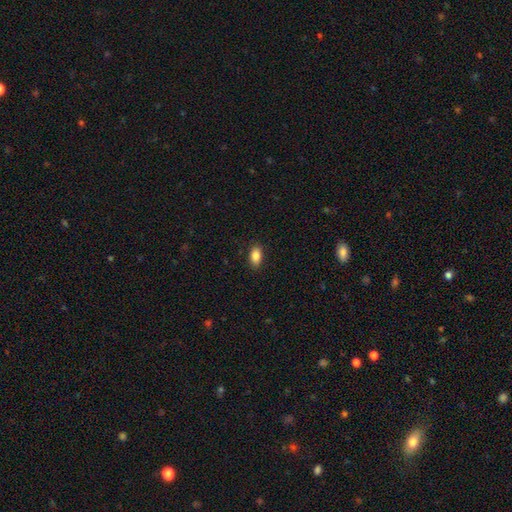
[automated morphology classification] Q: Smooth or featured?
A: smooth (86%); runner-up: star or artifact (8%)
Q: How rounded?
A: in between (90%); runner-up: round (7%)
Q: Merging?
A: none (89%); runner-up: minor disturbance (8%)